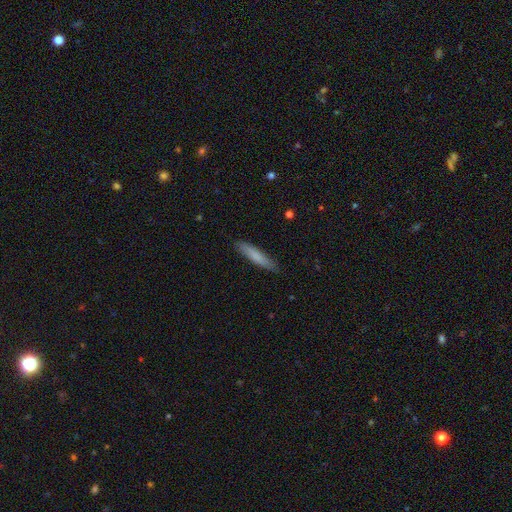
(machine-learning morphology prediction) This is likely a smooth galaxy (76%). How rounded: clearly cigar-shaped (90%). Merging: clearly none (86%).